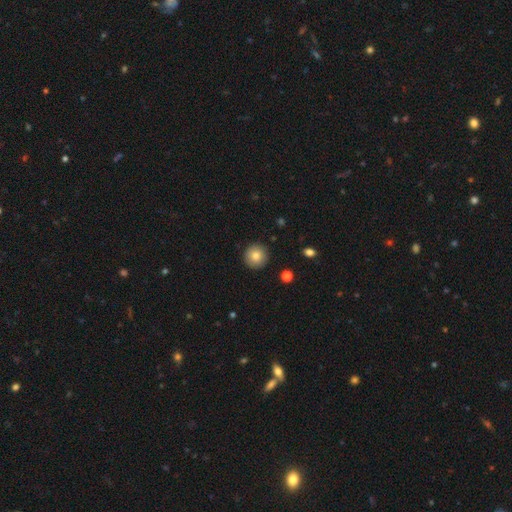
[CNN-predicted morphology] Overall: smooth (82%). How rounded: round (95%). Merging: none (91%).